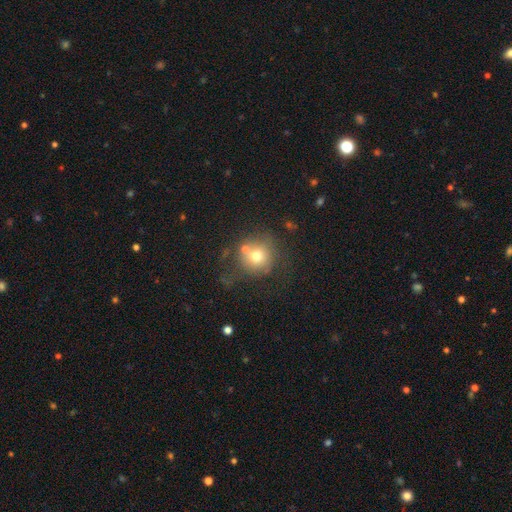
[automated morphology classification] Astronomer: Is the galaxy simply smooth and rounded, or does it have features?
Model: smooth — 67%.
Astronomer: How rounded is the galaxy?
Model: round — 90%.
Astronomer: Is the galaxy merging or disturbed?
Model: none — 53%.